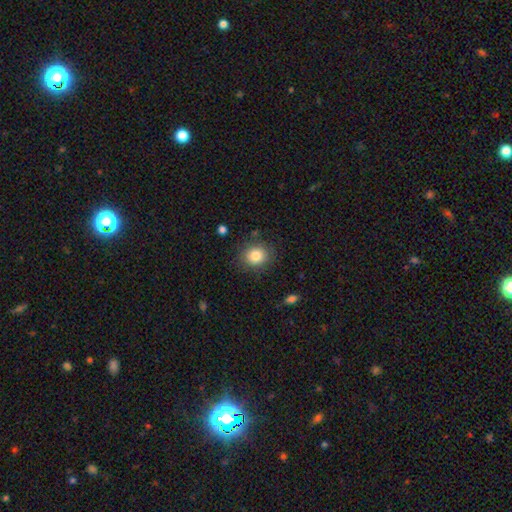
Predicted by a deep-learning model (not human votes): Smooth or featured: smooth — 83% (star or artifact — 9%)
How rounded: round — 72% (in between — 27%)
Merging: none — 84% (minor disturbance — 11%)